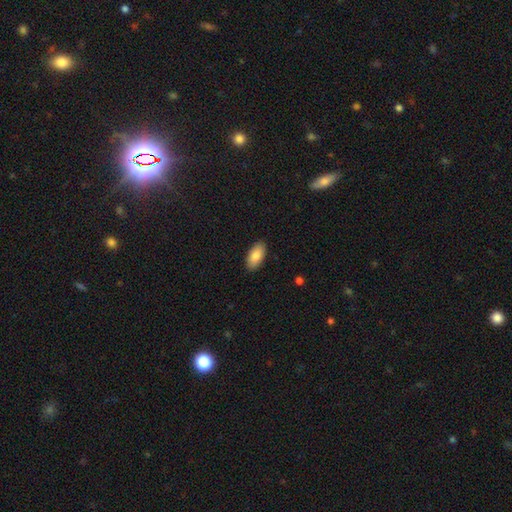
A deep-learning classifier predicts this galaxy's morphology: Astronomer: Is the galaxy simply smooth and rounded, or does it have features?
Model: smooth — 84%.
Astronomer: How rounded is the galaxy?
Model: in between — 92%.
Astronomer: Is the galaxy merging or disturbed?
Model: none — 89%.